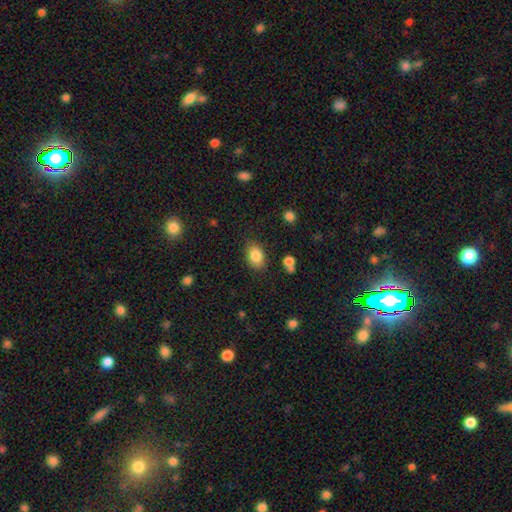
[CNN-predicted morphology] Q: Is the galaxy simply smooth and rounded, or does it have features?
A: smooth — 85%.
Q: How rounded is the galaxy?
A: in between — 77%.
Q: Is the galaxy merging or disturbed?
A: none — 80%.